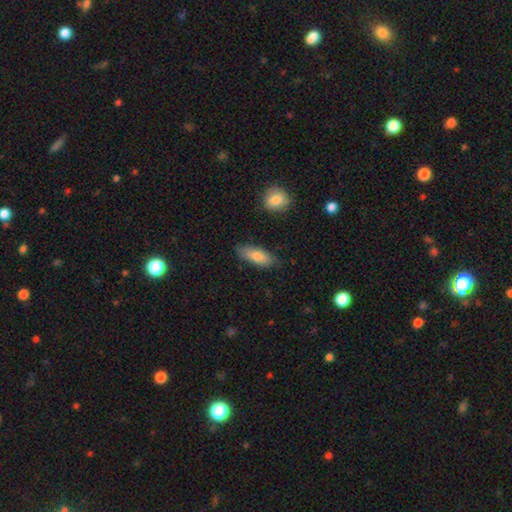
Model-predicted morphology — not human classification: type=smooth (78%); roundness=in between (71%); merging=none (82%).